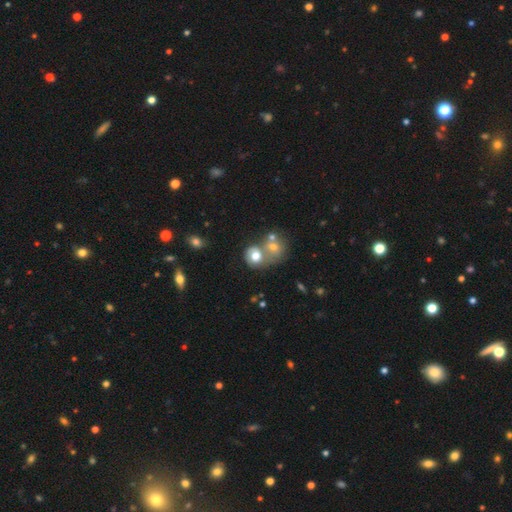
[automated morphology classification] The model was most divided on "merging": merger: 53%, none: 28%, minor disturbance: 11%, major disturbance: 8%. More confident: how rounded — round (66%); smooth or featured — smooth (65%).